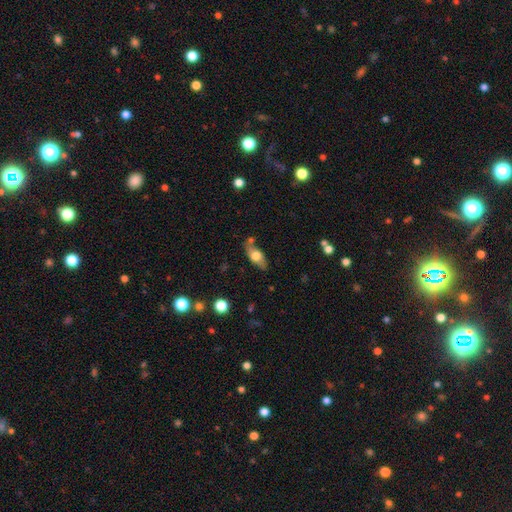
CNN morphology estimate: Smooth or featured? smooth (58%)
How rounded? in between (78%)
Merging? none (72%)